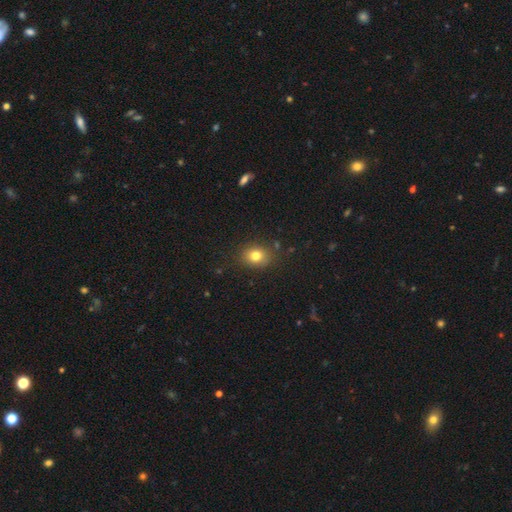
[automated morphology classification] Smooth or featured?
  - smooth: 79% *
  - star or artifact: 12%
  - featured or disk: 9%
How rounded?
  - round: 51% *
  - in between: 48%
  - cigar-shaped: 1%
Merging?
  - none: 83% *
  - minor disturbance: 12%
  - major disturbance: 3%
  - merger: 2%